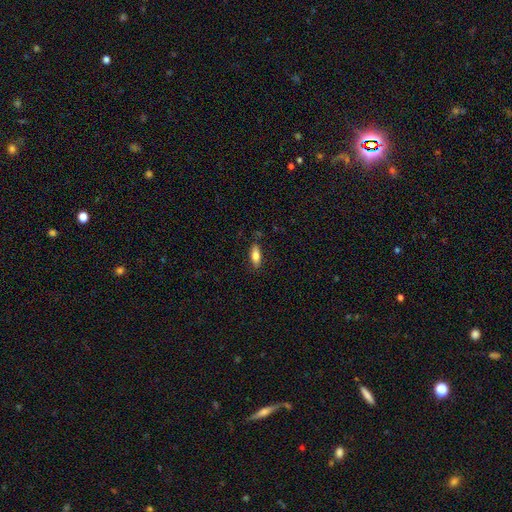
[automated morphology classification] smooth-or-featured: smooth: 78% | featured or disk: 15% | star or artifact: 7%
  how-rounded: in between: 71% | cigar-shaped: 27% | round: 2%
  merging: none: 82% | minor disturbance: 14% | major disturbance: 3% | merger: 1%